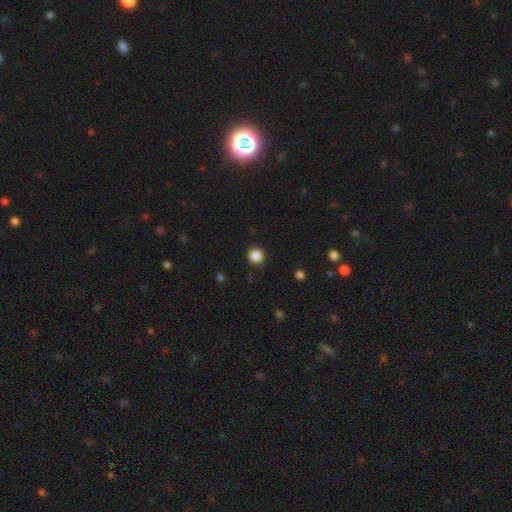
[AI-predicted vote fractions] This is clearly a smooth galaxy (87%). How rounded: clearly round (95%). Merging: clearly none (92%).